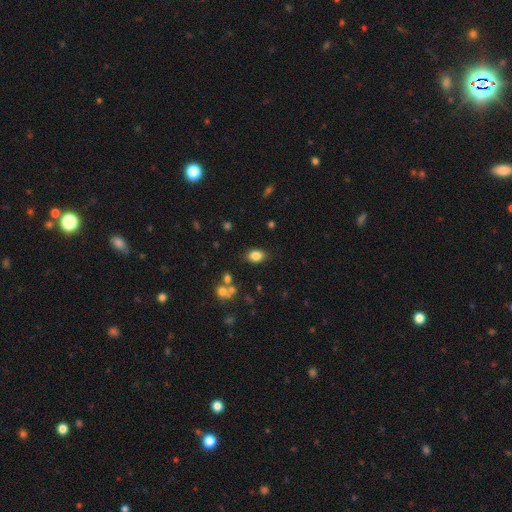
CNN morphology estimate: type=smooth (82%); roundness=in between (79%); merging=none (82%).